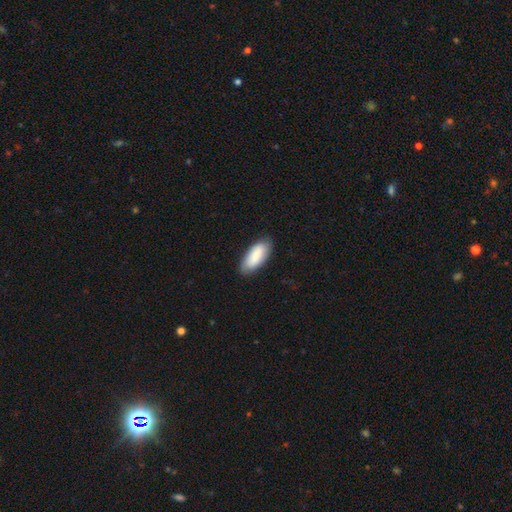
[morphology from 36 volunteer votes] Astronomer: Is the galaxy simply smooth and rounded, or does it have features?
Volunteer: smooth — 92%.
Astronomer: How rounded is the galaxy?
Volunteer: in between — 79%.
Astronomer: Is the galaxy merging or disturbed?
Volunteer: none — 83%.